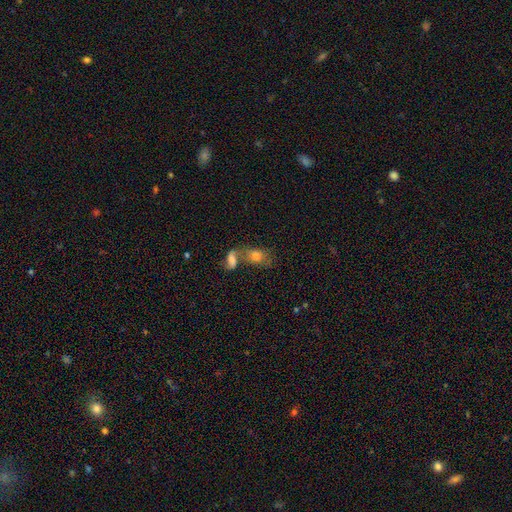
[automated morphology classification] This is likely a smooth galaxy (64%). How rounded: likely in between (69%). Merging: possibly merger (54%).